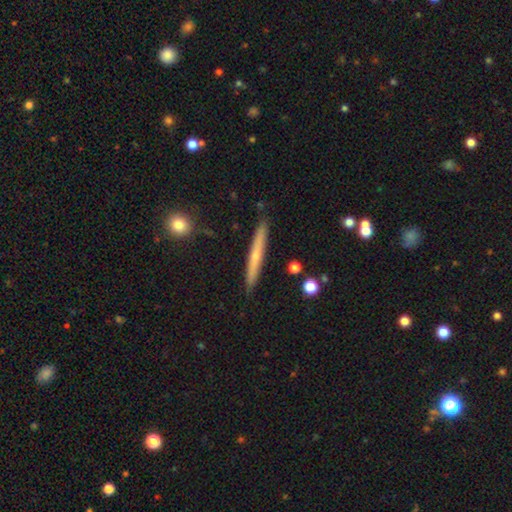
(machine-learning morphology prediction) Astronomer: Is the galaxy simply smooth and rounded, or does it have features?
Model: featured or disk — 48% (runner-up: smooth, 46%).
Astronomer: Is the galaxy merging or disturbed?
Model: none — 89%.